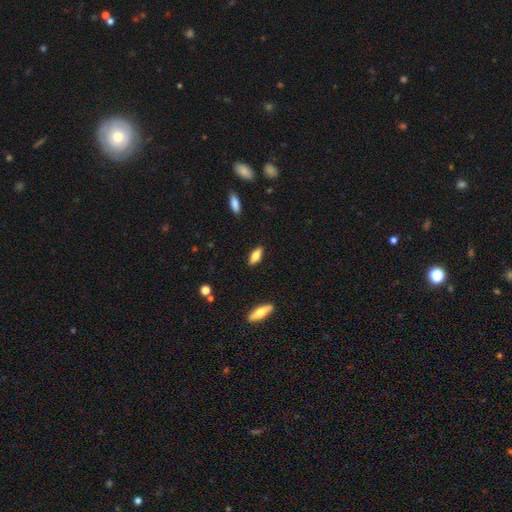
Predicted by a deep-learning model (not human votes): Smooth or featured? Predicted: smooth (p=0.73). How rounded? Predicted: in between (p=0.75). Merging? Predicted: none (p=0.87).